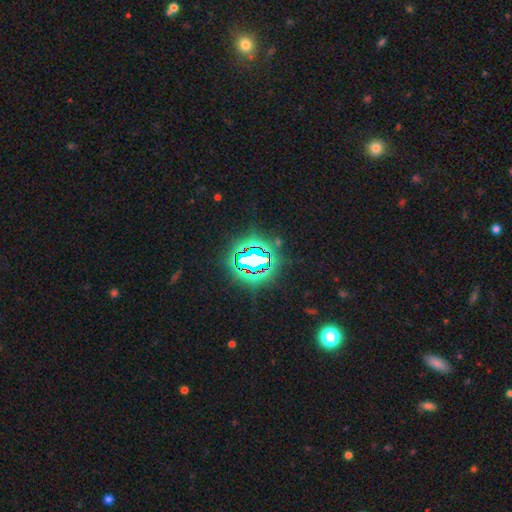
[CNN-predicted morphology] smooth-or-featured: star or artifact: 79% | smooth: 12% | featured or disk: 10%